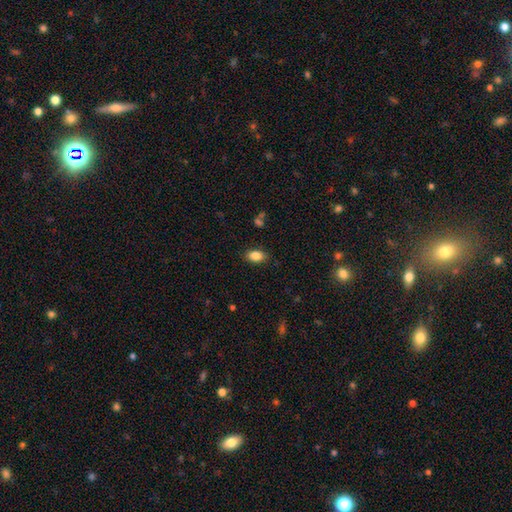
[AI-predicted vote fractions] smooth_or_featured: smooth (p=0.86) [alt: star or artifact p=0.09]
how_rounded: in between (p=0.87) [alt: round p=0.11]
merging: none (p=0.85) [alt: minor disturbance p=0.10]